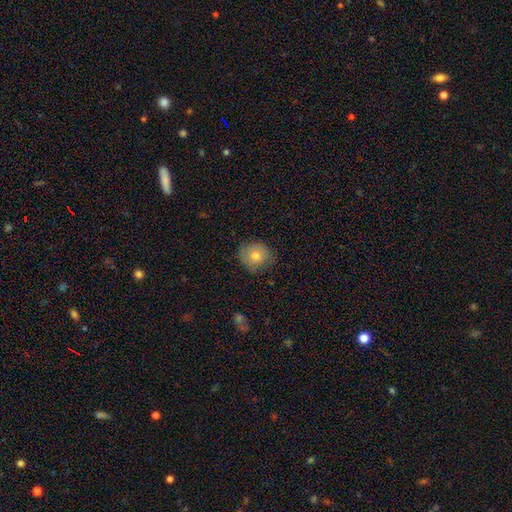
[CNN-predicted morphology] Smooth or featured?
  - smooth: 70% *
  - featured or disk: 21%
  - star or artifact: 10%
How rounded?
  - round: 85% *
  - in between: 14%
  - cigar-shaped: 1%
Merging?
  - none: 79% *
  - minor disturbance: 17%
  - major disturbance: 4%
  - merger: 1%